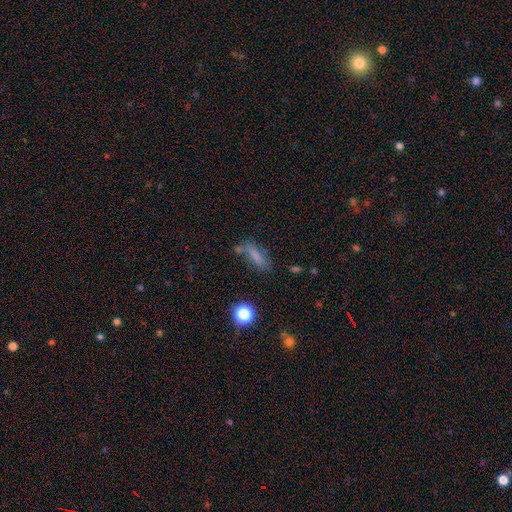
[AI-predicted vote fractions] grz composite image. It shows a smooth galaxy with no disk features (68%) that is cigar-shaped (51%). Merging: none (53%).